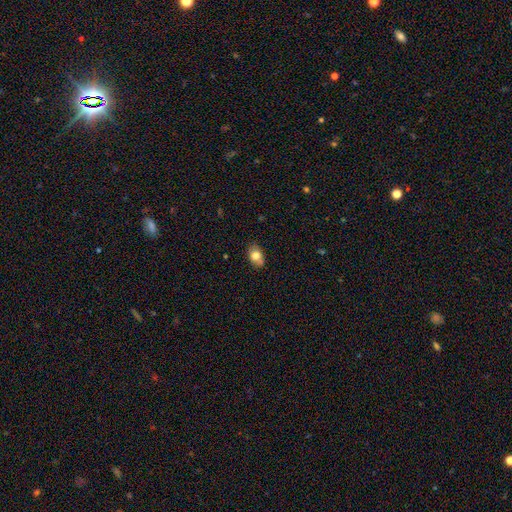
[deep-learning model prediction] This appears to be a smooth galaxy with no disk features (78%) that is in between round and cigar-shaped (78%). Merging: none (69%).